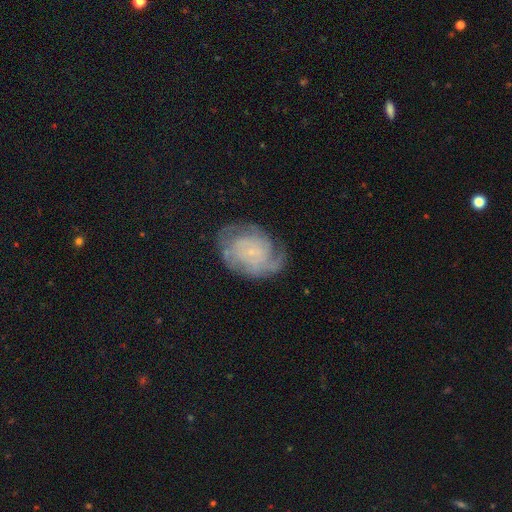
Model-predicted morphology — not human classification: The model was most divided on "spiral arm count": can't tell: 39%, 2: 21%, 3: 17%, 4: 9%, 1: 7%, more than 4: 7%. More confident: edge-on disk — no (97%); spiral arms — yes (91%); bar — no (75%); merging — none (72%); smooth or featured — featured or disk (67%); spiral winding — tight (66%); bulge size — small (66%).